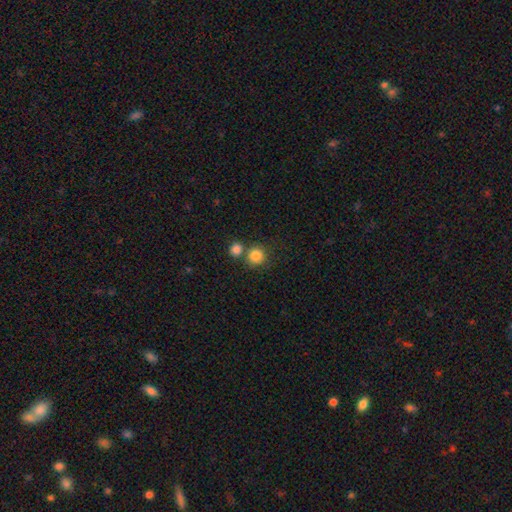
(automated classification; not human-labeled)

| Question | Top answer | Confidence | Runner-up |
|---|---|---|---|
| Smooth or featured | smooth | 83% | star or artifact (11%) |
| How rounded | round | 92% | in between (7%) |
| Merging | none | 65% | merger (25%) |